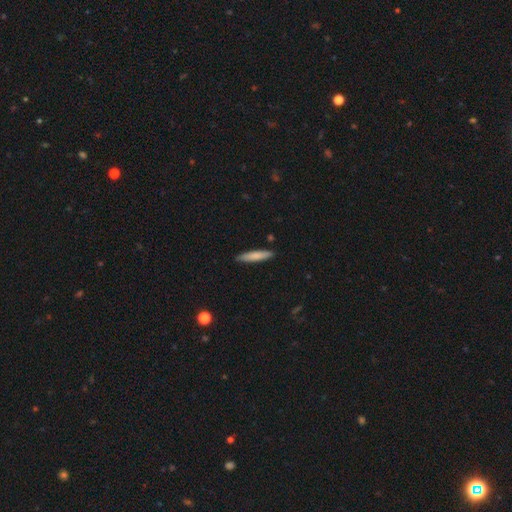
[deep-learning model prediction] Overall: smooth (78%). How rounded: cigar-shaped (90%). Merging: none (89%).